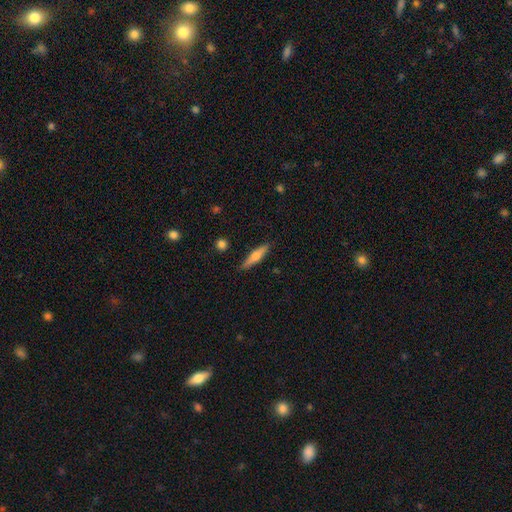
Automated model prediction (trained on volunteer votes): Morphology: type=smooth (53%); roundness=cigar-shaped (80%); merging=none (87%).